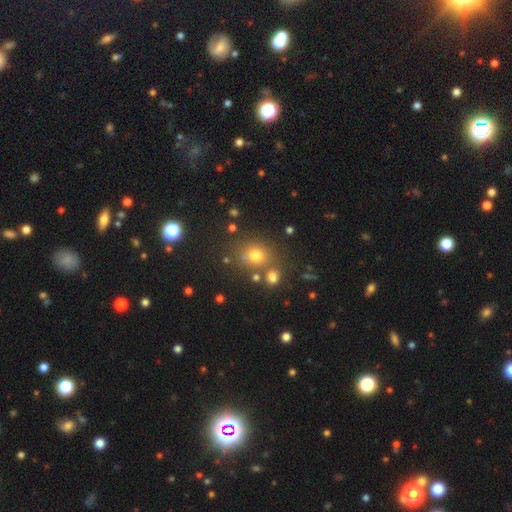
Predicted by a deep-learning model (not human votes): smooth 68%, star or artifact 22%, featured or disk 10%. Down the decision tree: how rounded — round (77%); merging — none (72%).